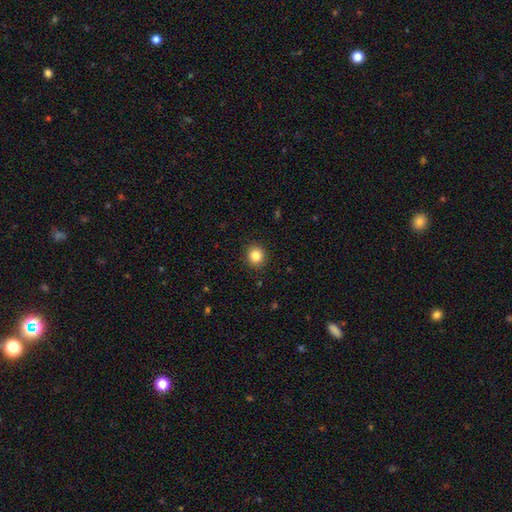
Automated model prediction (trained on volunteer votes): Q: Smooth or featured?
A: smooth (85%); runner-up: star or artifact (11%)
Q: How rounded?
A: round (91%); runner-up: in between (8%)
Q: Merging?
A: none (92%); runner-up: minor disturbance (6%)